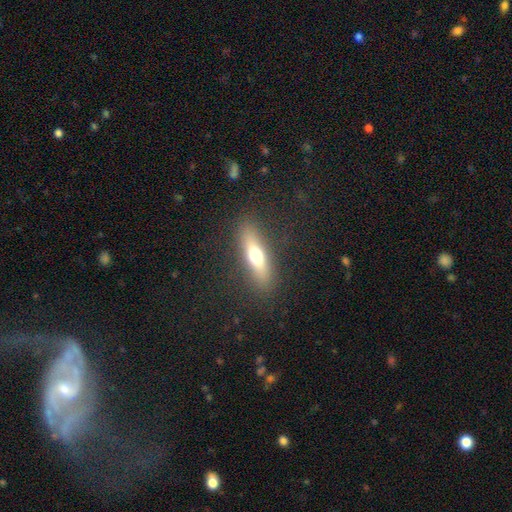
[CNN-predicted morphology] type=smooth (56%); roundness=cigar-shaped (65%); merging=none (87%).